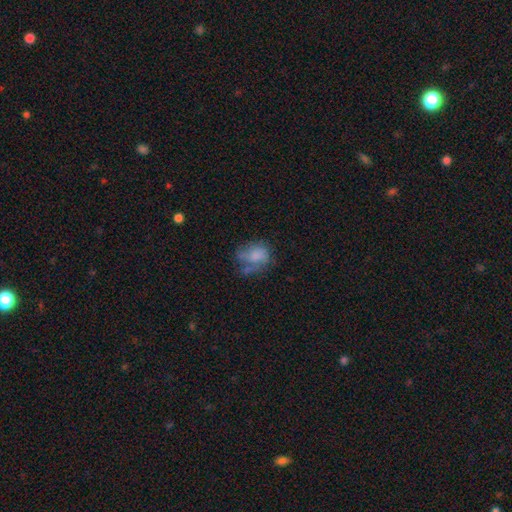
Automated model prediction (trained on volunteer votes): A smooth galaxy with no disk features (59%) that is in between round and cigar-shaped (55%).

Vote fractions:
- Smooth or featured? smooth: 59% / featured or disk: 30% / star or artifact: 11%
- How rounded? in between: 55% / round: 43% / cigar-shaped: 1%
- Merging? none: 38% / major disturbance: 28% / minor disturbance: 27% / merger: 7%